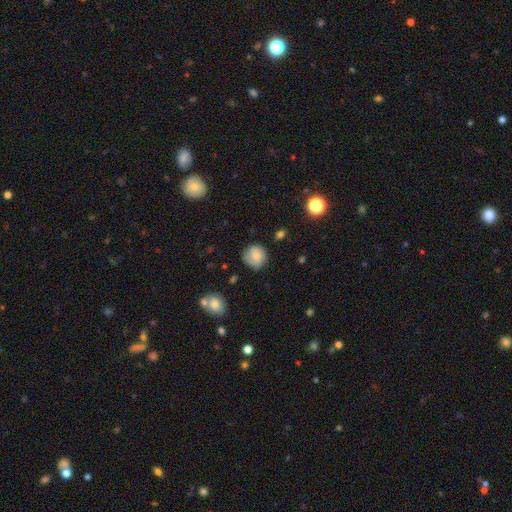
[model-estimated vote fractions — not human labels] smooth-or-featured: smooth: 79% | featured or disk: 12% | star or artifact: 9%
  how-rounded: round: 89% | in between: 10% | cigar-shaped: 1%
  merging: none: 78% | minor disturbance: 17% | major disturbance: 4% | merger: 2%